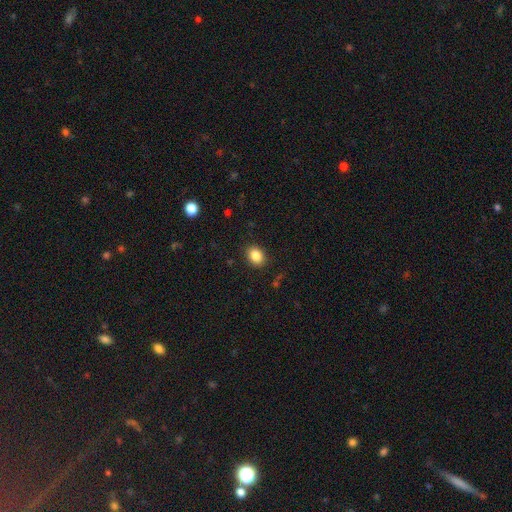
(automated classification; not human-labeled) This appears to be a smooth galaxy with no disk features (86%) that is in between round and cigar-shaped (59%). Merging: none (89%).